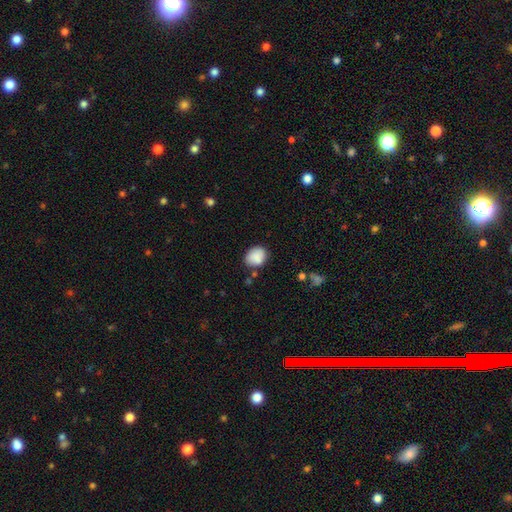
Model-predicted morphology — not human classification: type=smooth (87%); roundness=round (52%); merging=none (73%).